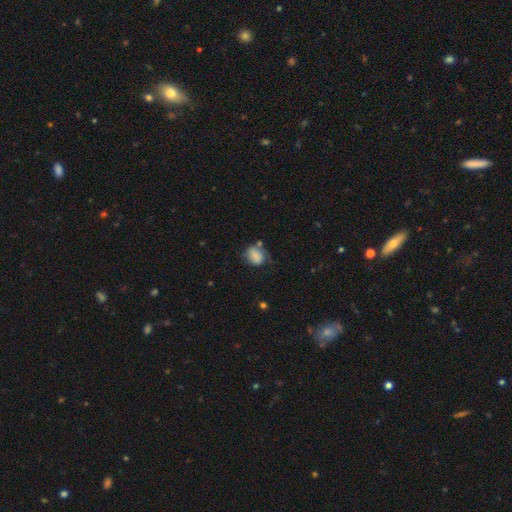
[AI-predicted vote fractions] This appears to be a smooth galaxy with no disk features (78%) that is in between round and cigar-shaped (57%). Merging: none (49%).